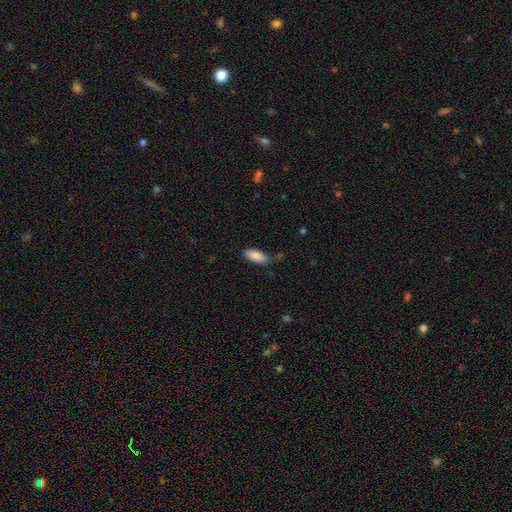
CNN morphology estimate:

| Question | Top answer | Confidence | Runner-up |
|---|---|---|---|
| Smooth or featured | smooth | 87% | featured or disk (7%) |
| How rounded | in between | 78% | cigar-shaped (20%) |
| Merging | none | 74% | minor disturbance (19%) |